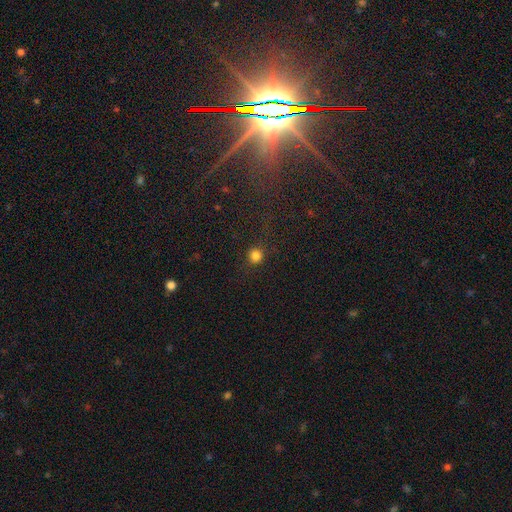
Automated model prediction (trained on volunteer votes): Smooth or featured? Predicted: smooth (p=0.81). How rounded? Predicted: round (p=0.93). Merging? Predicted: none (p=0.87).